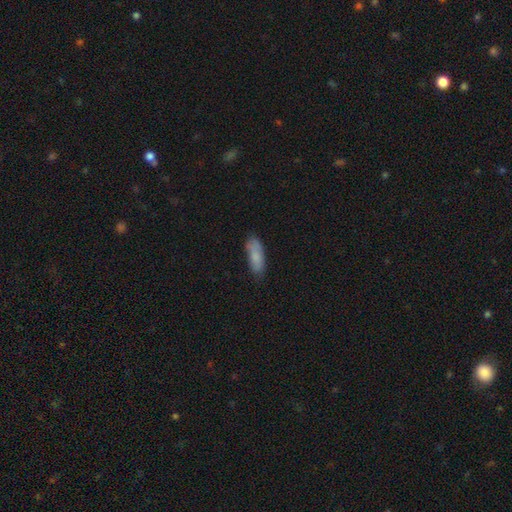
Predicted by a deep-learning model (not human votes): This is clearly a smooth galaxy (82%). How rounded: likely in between (66%). Merging: likely none (70%).